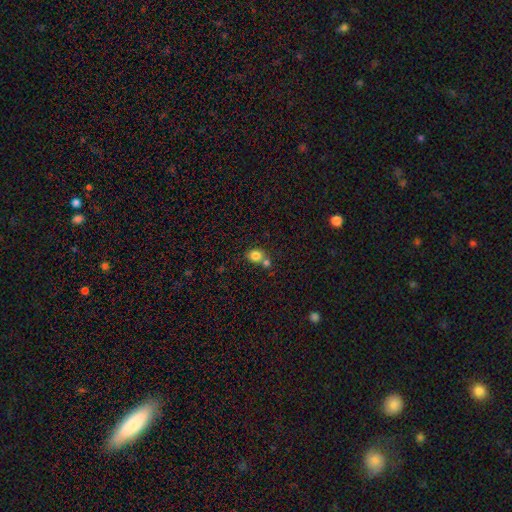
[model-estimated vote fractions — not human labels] Smooth or featured? smooth (82%)
How rounded? round (66%)
Merging? none (49%)